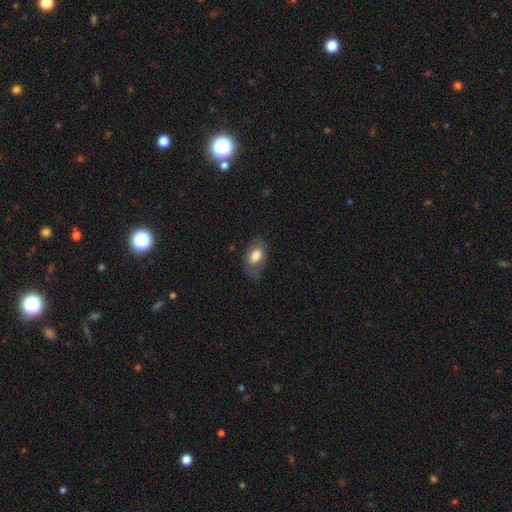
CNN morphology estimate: Smooth or featured: smooth — 70% (featured or disk — 23%)
How rounded: in between — 91% (round — 7%)
Merging: none — 68% (minor disturbance — 21%)